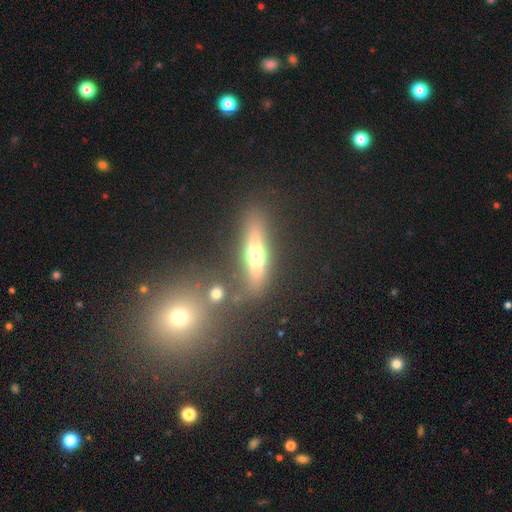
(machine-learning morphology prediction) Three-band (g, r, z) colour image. It shows a featured or disk galaxy (50%) viewed edge-on (86%). Merging: none (75%).